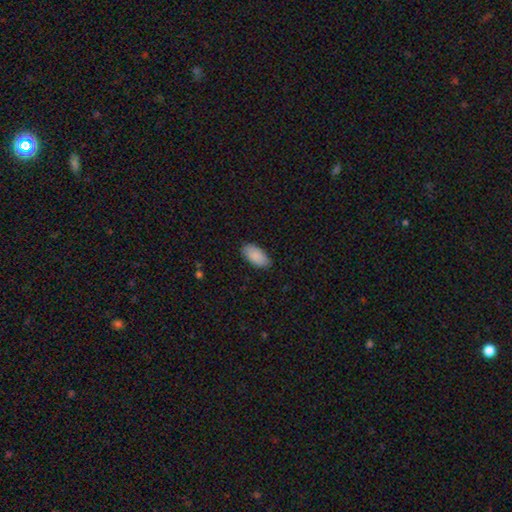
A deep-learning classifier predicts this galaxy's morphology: smooth_or_featured: smooth (p=0.89) [alt: star or artifact p=0.06]
how_rounded: in between (p=0.95) [alt: cigar-shaped p=0.03]
merging: none (p=0.84) [alt: minor disturbance p=0.13]